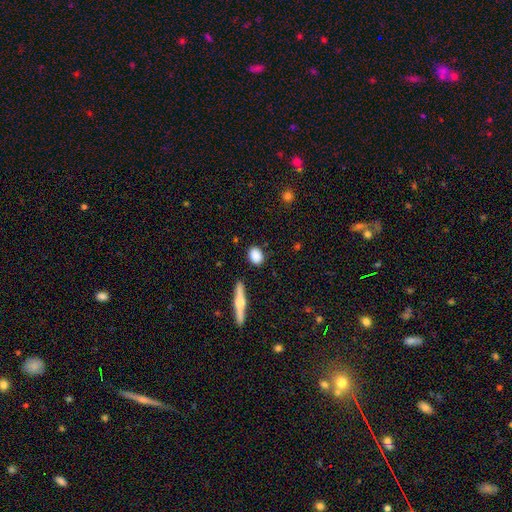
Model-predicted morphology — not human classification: smooth 84%, featured or disk 8%, star or artifact 7%. Down the decision tree: how rounded — in between (53%); merging — none (86%).